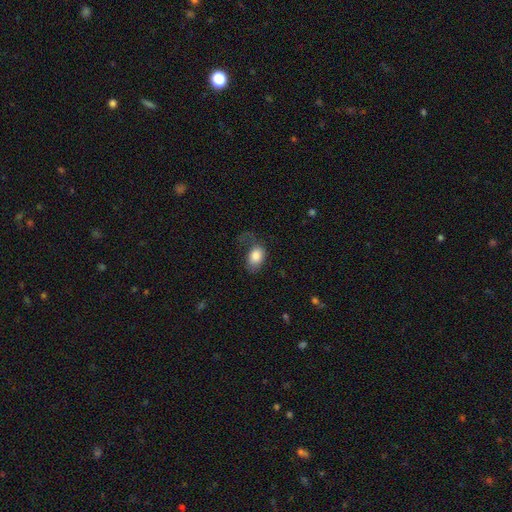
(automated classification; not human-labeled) A smooth galaxy with no disk features (82%) that is in between round and cigar-shaped (82%).

Vote fractions:
- Smooth or featured? smooth: 82% / featured or disk: 11% / star or artifact: 7%
- How rounded? in between: 82% / round: 17% / cigar-shaped: 1%
- Merging? none: 36% (tied) / major disturbance: 36% (tied) / minor disturbance: 25% / merger: 3%